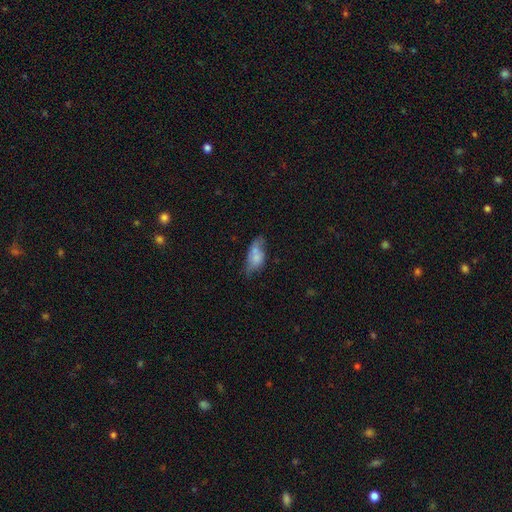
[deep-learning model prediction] smooth 64%, featured or disk 27%, star or artifact 8%. Down the decision tree: how rounded — in between (85%); merging — none (39%).